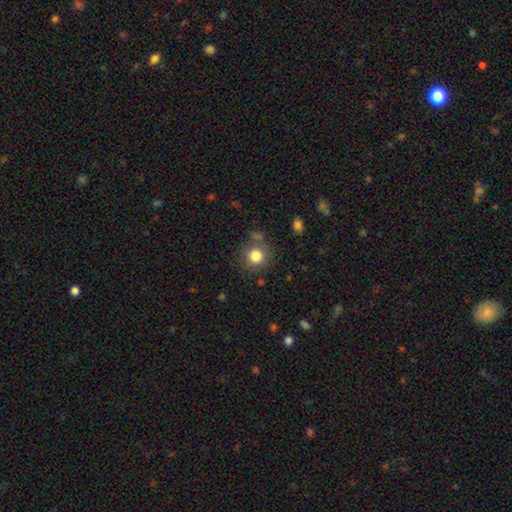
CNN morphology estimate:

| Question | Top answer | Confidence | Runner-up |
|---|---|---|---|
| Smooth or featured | smooth | 81% | star or artifact (10%) |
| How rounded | round | 91% | in between (8%) |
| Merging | none | 77% | minor disturbance (12%) |